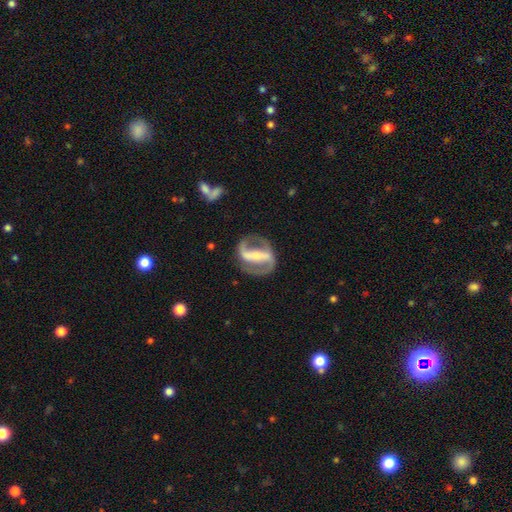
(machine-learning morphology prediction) Smooth or featured? featured or disk (86%)
Edge-on disk? no (95%)
Bar? strong (80%)
Spiral arms? yes (84%)
Spiral winding? medium (49%)
Spiral arm count? 2 (90%)
Bulge size? small (37%)
Merging? none (77%)